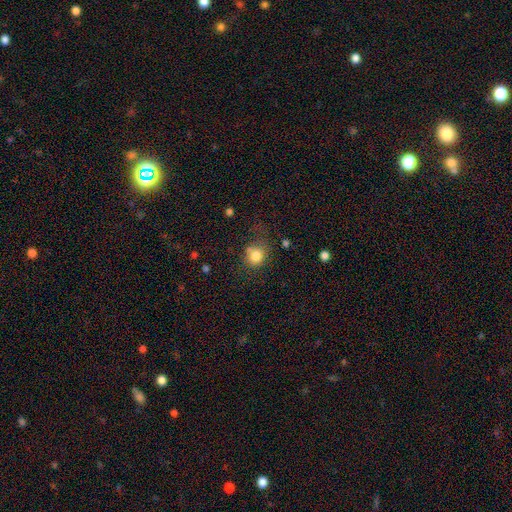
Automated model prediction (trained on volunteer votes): Smooth or featured? smooth (81%)
How rounded? round (75%)
Merging? none (57%)